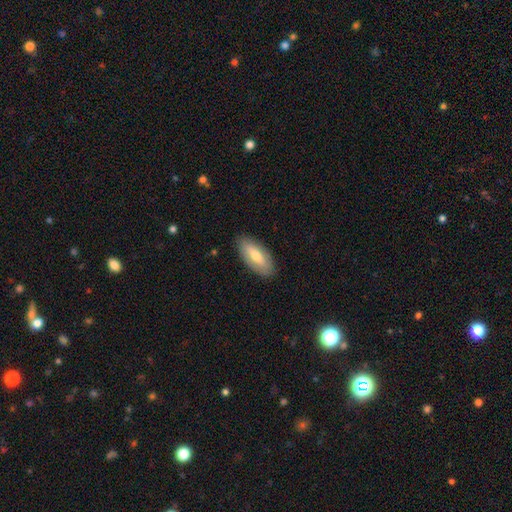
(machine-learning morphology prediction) smooth_or_featured: smooth (p=0.60) [alt: featured or disk p=0.34]
how_rounded: in between (p=0.87) [alt: cigar-shaped p=0.11]
merging: none (p=0.86) [alt: minor disturbance p=0.10]